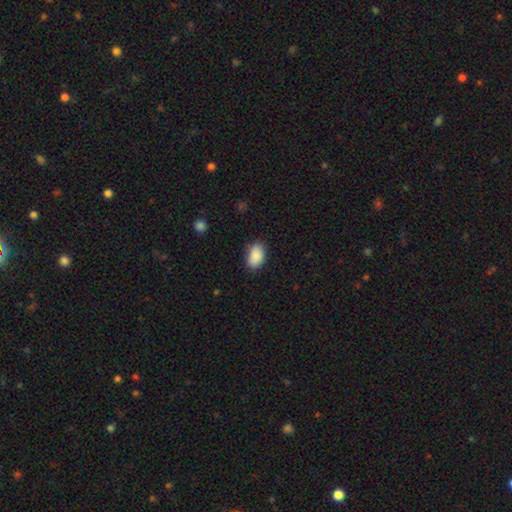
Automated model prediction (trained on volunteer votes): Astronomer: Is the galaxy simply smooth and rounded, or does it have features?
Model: smooth — 89%.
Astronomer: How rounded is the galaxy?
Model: in between — 91%.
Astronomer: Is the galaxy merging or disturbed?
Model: none — 83%.